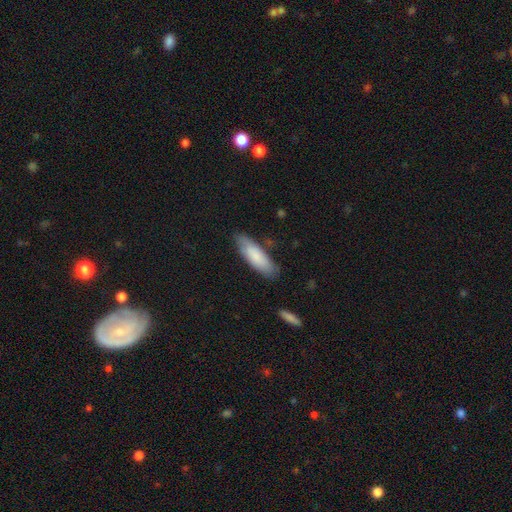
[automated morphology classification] This is likely a smooth galaxy (79%). How rounded: possibly in between (54%). Merging: likely none (78%).